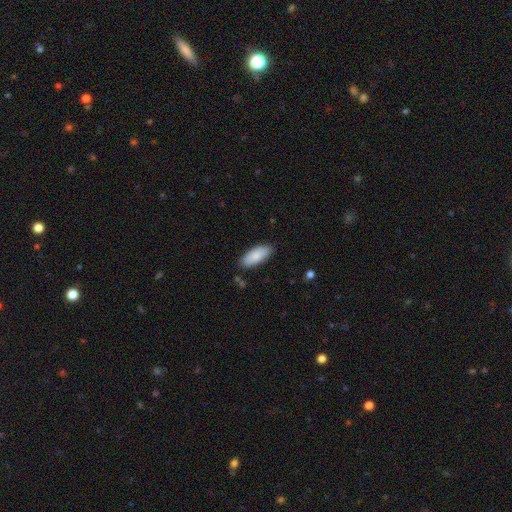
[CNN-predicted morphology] This is clearly a smooth galaxy (85%). How rounded: clearly in between (87%). Merging: clearly none (84%).